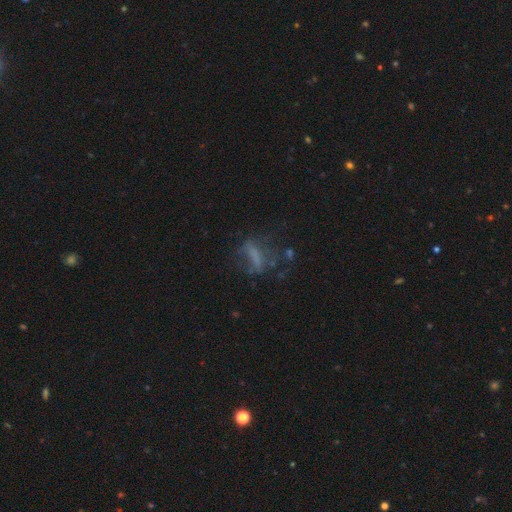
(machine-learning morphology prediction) smooth-or-featured: featured or disk: 40% | smooth: 39% | star or artifact: 20%
  merging: none: 41% | major disturbance: 33% | minor disturbance: 21% | merger: 5%